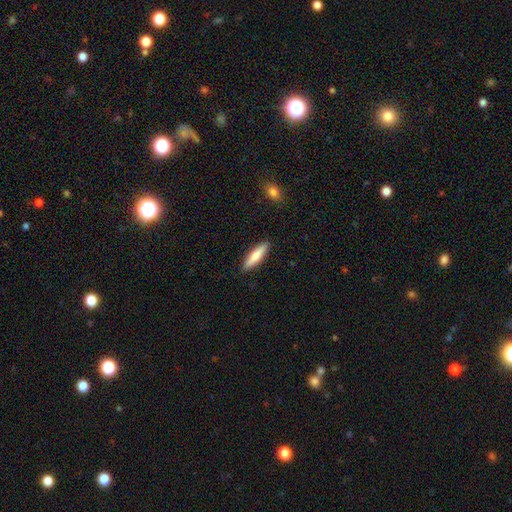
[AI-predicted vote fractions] smooth 73%, featured or disk 22%, star or artifact 5%. Down the decision tree: how rounded — cigar-shaped (77%); merging — none (90%).